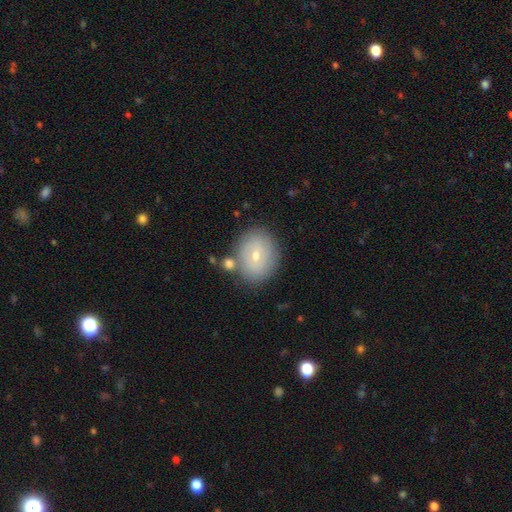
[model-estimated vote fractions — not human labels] This is possibly a smooth galaxy (51%). How rounded: possibly in between (50%). Merging: likely none (76%).